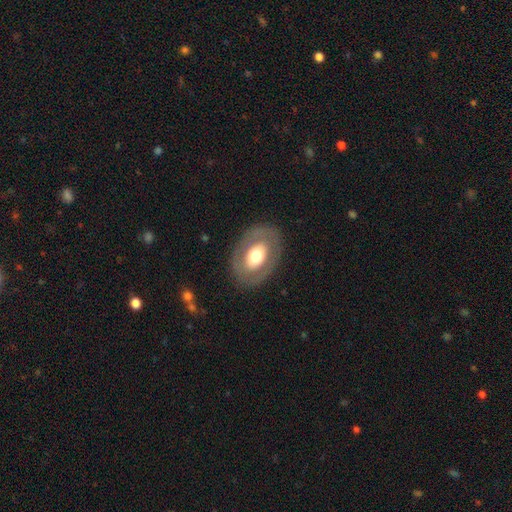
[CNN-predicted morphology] Q: Smooth or featured?
A: smooth (50%); runner-up: featured or disk (44%)
Q: Merging?
A: none (83%); runner-up: minor disturbance (11%)